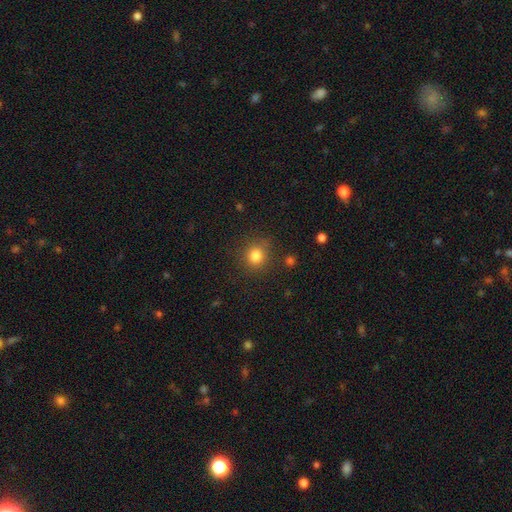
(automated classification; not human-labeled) This is clearly a smooth galaxy (82%). How rounded: clearly round (87%). Merging: clearly none (83%).